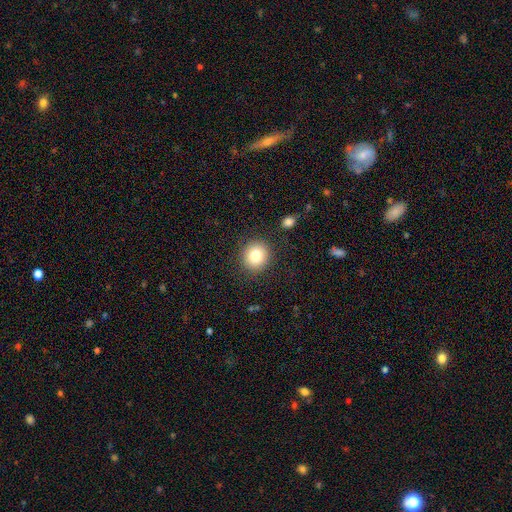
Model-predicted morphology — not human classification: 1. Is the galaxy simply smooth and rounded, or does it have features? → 82% smooth, 10% star or artifact, 8% featured or disk.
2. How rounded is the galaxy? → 86% round, 13% in between, 1% cigar-shaped.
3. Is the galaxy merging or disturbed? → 88% none, 7% minor disturbance, 3% major disturbance, 2% merger.